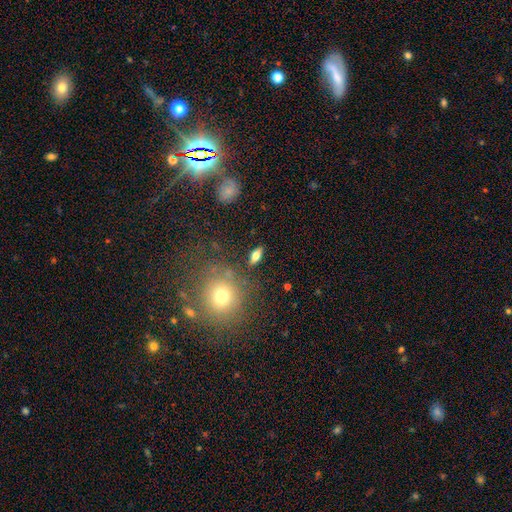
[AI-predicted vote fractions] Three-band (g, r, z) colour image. It shows a smooth galaxy with no disk features (67%) that is in between round and cigar-shaped (71%). Merging: none (85%).